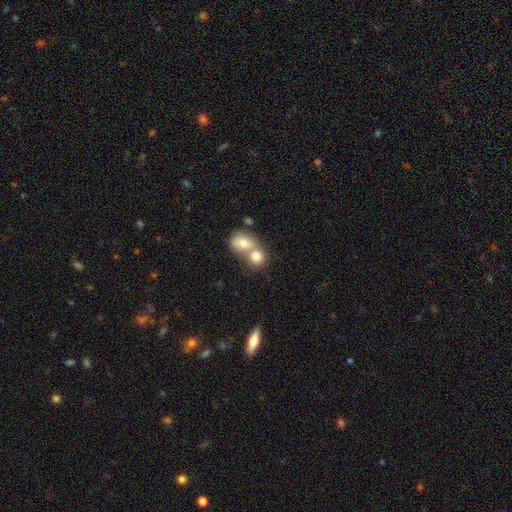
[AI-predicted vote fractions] Smooth or featured? Predicted: smooth (p=0.76). How rounded? Predicted: round (p=0.71). Merging? Predicted: merger (p=0.63).